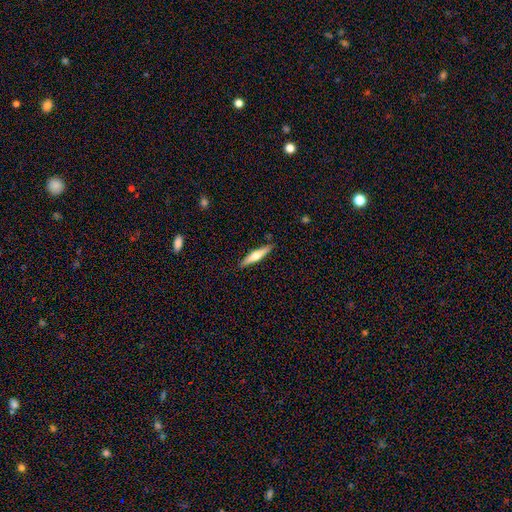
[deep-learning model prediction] Q: Smooth or featured?
A: featured or disk (52%); runner-up: smooth (43%)
Q: Edge-on disk?
A: yes (95%); runner-up: no (5%)
Q: Merging?
A: none (88%); runner-up: minor disturbance (9%)